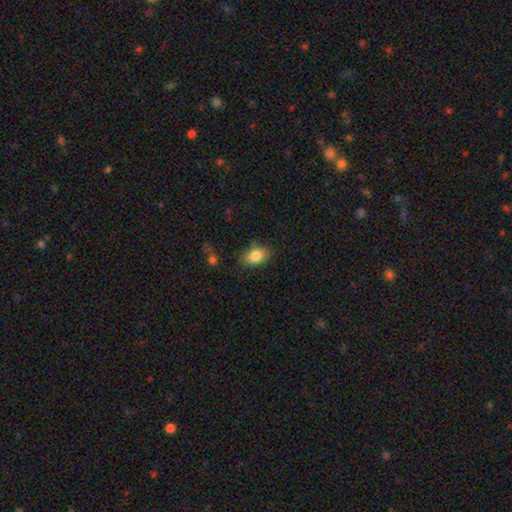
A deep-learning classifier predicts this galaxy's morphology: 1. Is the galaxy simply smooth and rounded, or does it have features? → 84% smooth, 8% star or artifact, 7% featured or disk.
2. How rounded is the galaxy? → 81% in between, 17% round, 2% cigar-shaped.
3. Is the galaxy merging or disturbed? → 79% none, 16% minor disturbance, 4% major disturbance, 2% merger.